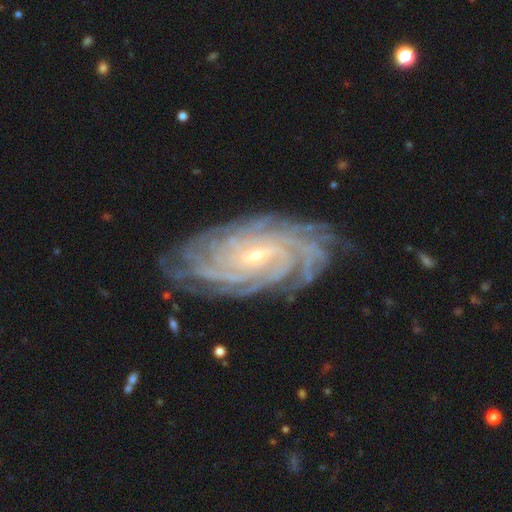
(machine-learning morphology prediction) Smooth or featured: featured or disk — 91% (star or artifact — 5%)
Edge-on disk: no — 96% (yes — 4%)
Bar: no — 43% (weak — 40%)
Spiral arms: yes — 99% (no — 1%)
Spiral winding: tight — 83% (medium — 14%)
Spiral arm count: more than 4 — 39% (4 — 20%)
Bulge size: small — 74% (moderate — 22%)
Merging: none — 82% (minor disturbance — 13%)